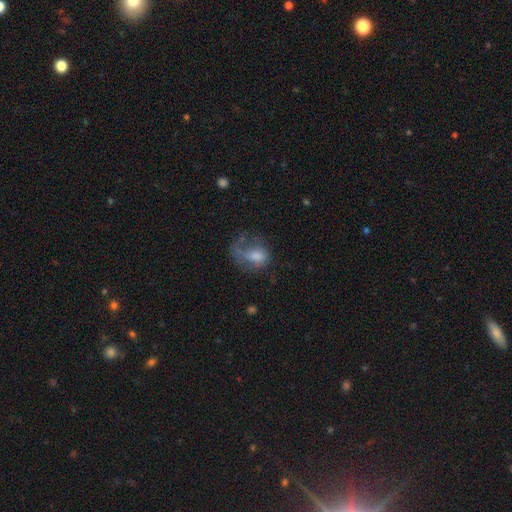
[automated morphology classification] type=smooth (48%); merging=major disturbance (44%).